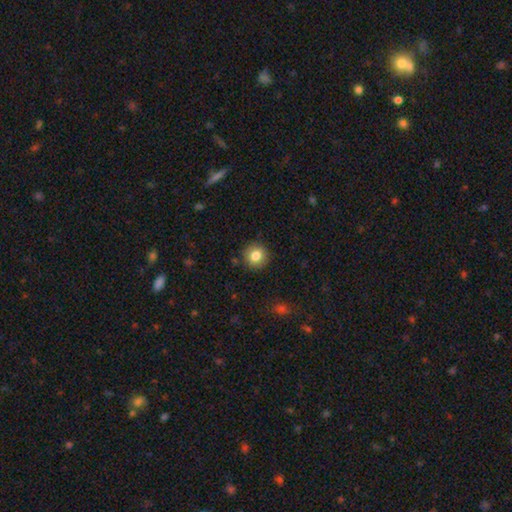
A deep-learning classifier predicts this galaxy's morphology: Smooth or featured?
  - smooth: 83% *
  - star or artifact: 9%
  - featured or disk: 8%
How rounded?
  - round: 92% *
  - in between: 7%
  - cigar-shaped: 1%
Merging?
  - none: 90% *
  - minor disturbance: 7%
  - major disturbance: 2%
  - merger: 1%